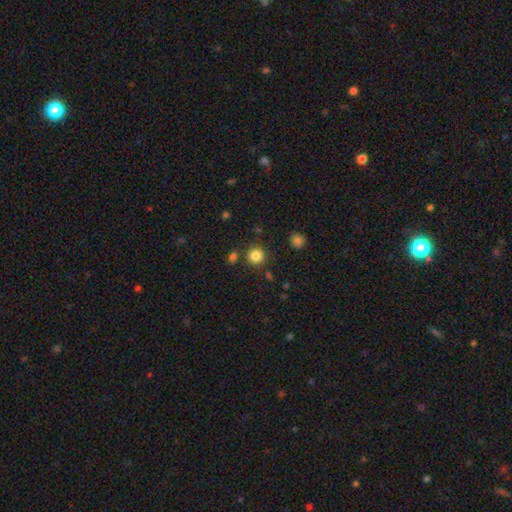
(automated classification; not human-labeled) A smooth galaxy with no disk features (84%) that is round (94%).

Vote fractions:
- Smooth or featured? smooth: 84% / star or artifact: 12% / featured or disk: 5%
- How rounded? round: 94% / in between: 6% / cigar-shaped: 1%
- Merging? none: 86% / minor disturbance: 7% / merger: 5% / major disturbance: 3%